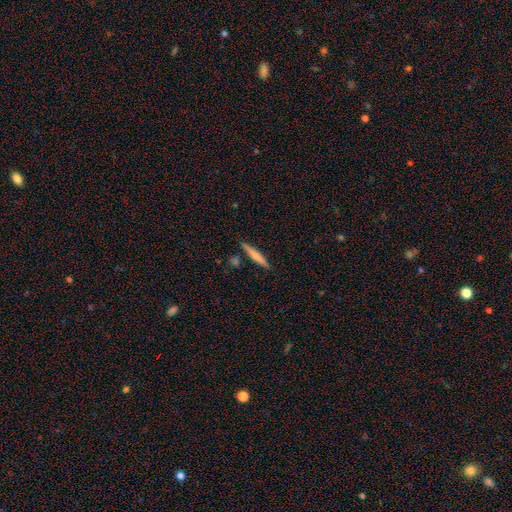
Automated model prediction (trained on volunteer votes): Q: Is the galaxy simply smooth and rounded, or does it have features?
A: smooth — 61%.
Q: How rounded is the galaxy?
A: cigar-shaped — 94%.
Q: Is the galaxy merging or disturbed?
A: none — 85%.